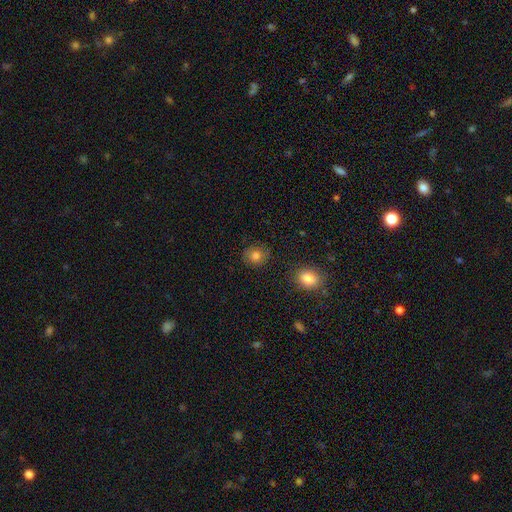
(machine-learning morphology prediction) smooth_or_featured: smooth (p=0.80) [alt: star or artifact p=0.11]
how_rounded: round (p=0.76) [alt: in between p=0.23]
merging: none (p=0.85) [alt: minor disturbance p=0.10]